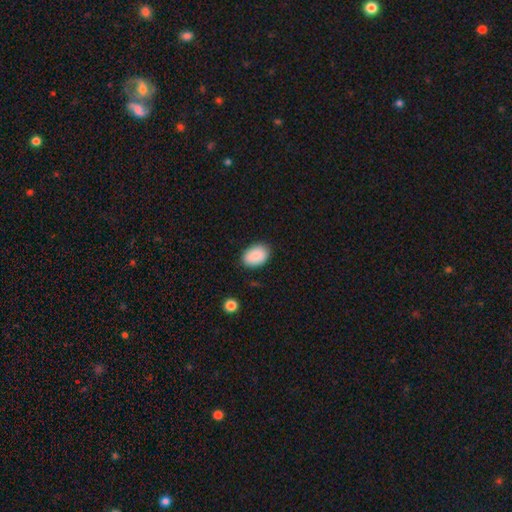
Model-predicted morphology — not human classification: smooth-or-featured: smooth: 87% | star or artifact: 7% | featured or disk: 6%
  how-rounded: in between: 83% | round: 16% | cigar-shaped: 1%
  merging: none: 84% | minor disturbance: 12% | major disturbance: 3% | merger: 1%